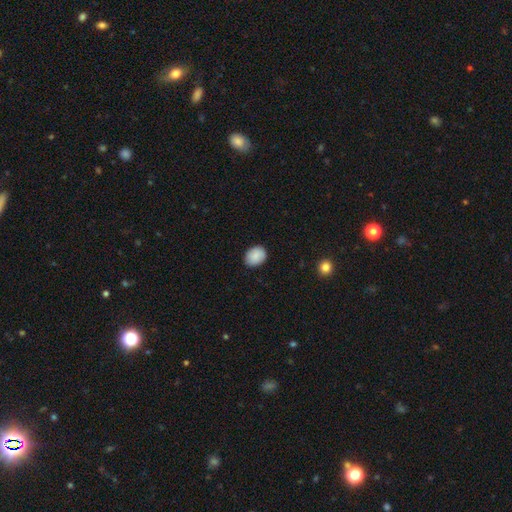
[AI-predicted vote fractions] This appears to be a smooth galaxy with no disk features (89%) that is in between round and cigar-shaped (53%). Merging: none (86%).